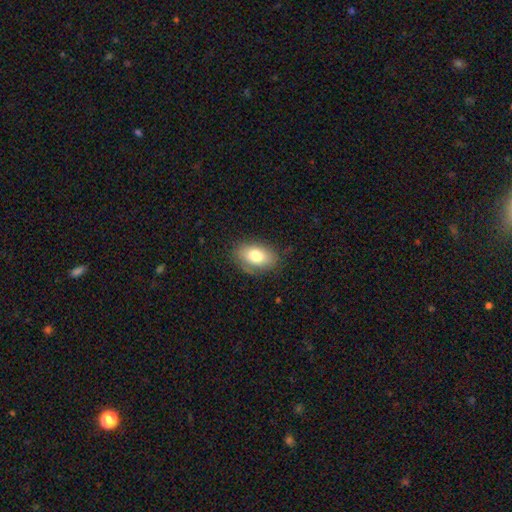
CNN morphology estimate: Smooth or featured: smooth — 77% (featured or disk — 15%)
How rounded: in between — 88% (round — 10%)
Merging: none — 79% (minor disturbance — 16%)